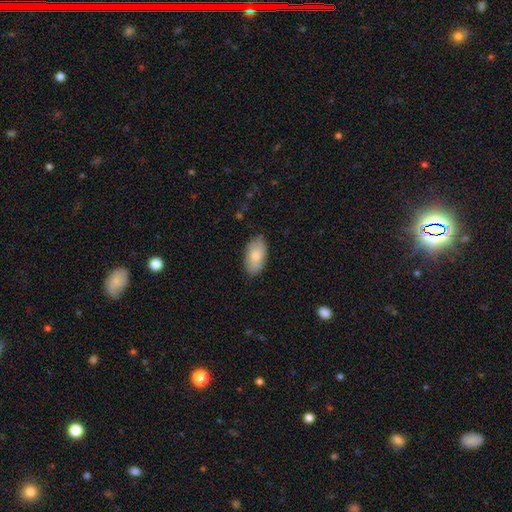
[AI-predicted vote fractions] smooth_or_featured: smooth (p=0.81) [alt: featured or disk p=0.14]
how_rounded: in between (p=0.94) [alt: round p=0.04]
merging: none (p=0.81) [alt: minor disturbance p=0.15]